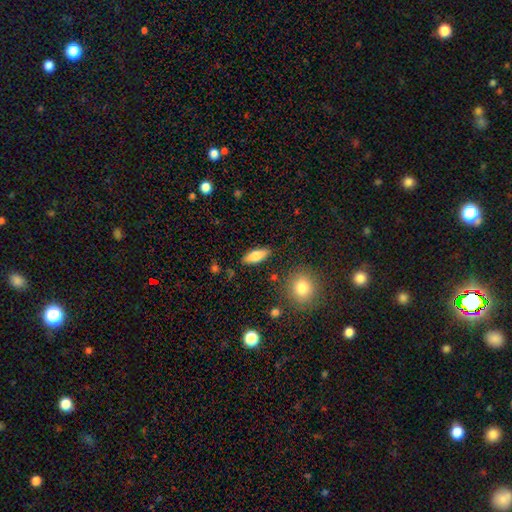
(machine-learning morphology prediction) This is likely a smooth galaxy (72%). How rounded: likely in between (74%). Merging: clearly none (85%).